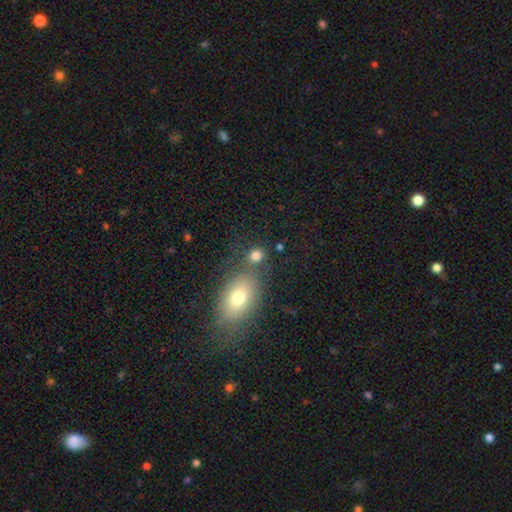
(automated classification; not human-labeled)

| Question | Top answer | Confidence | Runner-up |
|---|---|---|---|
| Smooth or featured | smooth | 78% | star or artifact (14%) |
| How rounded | round | 67% | in between (31%) |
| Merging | none | 65% | merger (20%) |